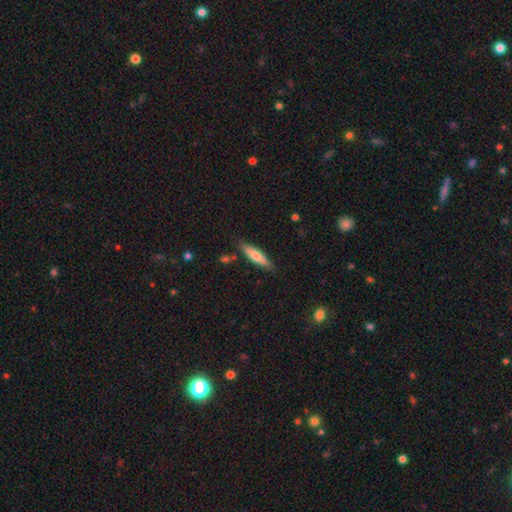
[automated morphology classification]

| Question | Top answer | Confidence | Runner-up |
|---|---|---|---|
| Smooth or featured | smooth | 62% | featured or disk (32%) |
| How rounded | cigar-shaped | 73% | in between (26%) |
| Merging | none | 82% | minor disturbance (13%) |